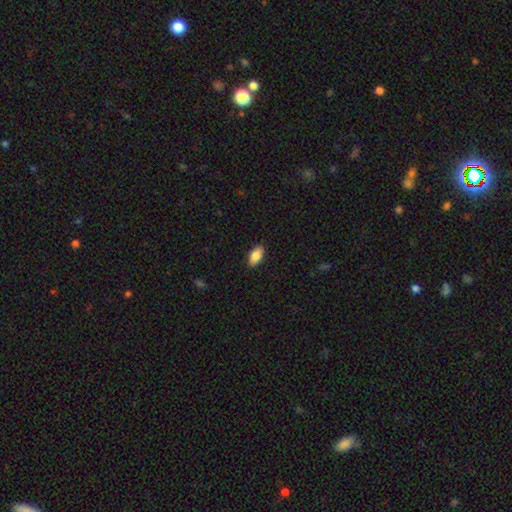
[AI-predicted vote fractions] The model was most divided on "smooth or featured": smooth: 87%, featured or disk: 7%, star or artifact: 7%. More confident: how rounded — in between (92%); merging — none (89%).